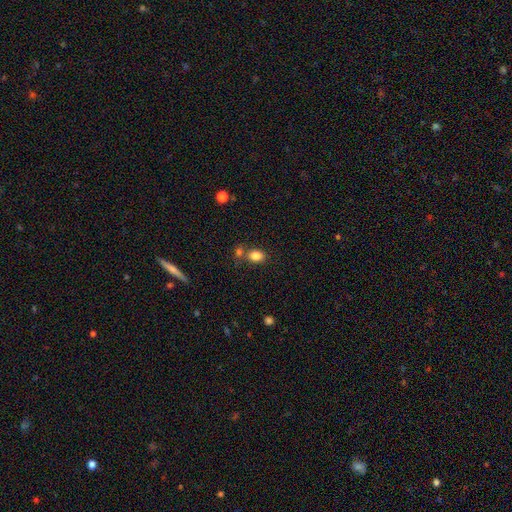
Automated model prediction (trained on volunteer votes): Smooth or featured? Predicted: smooth (p=0.83). How rounded? Predicted: in between (p=0.63). Merging? Predicted: none (p=0.62).